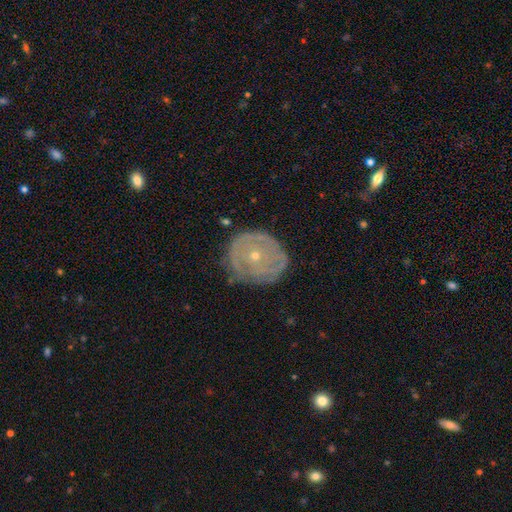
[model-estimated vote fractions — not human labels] Q: Smooth or featured?
A: featured or disk (67%); runner-up: smooth (25%)
Q: Edge-on disk?
A: no (96%); runner-up: yes (4%)
Q: Bar?
A: no (88%); runner-up: weak (9%)
Q: Spiral arms?
A: yes (61%); runner-up: no (39%)
Q: Bulge size?
A: small (74%); runner-up: moderate (24%)
Q: Merging?
A: none (73%); runner-up: minor disturbance (20%)